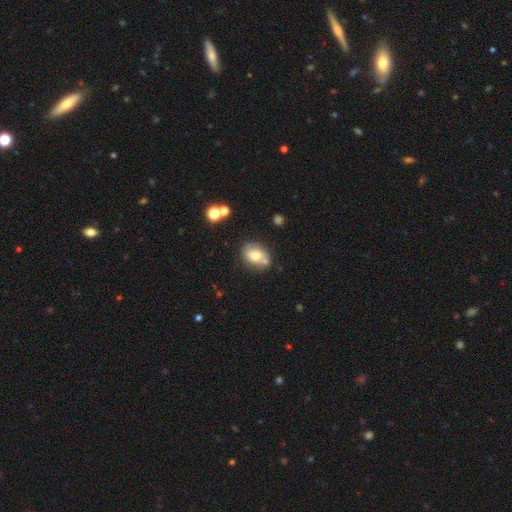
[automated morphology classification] This is likely a smooth galaxy (64%). How rounded: likely in between (65%). Merging: possibly none (56%).